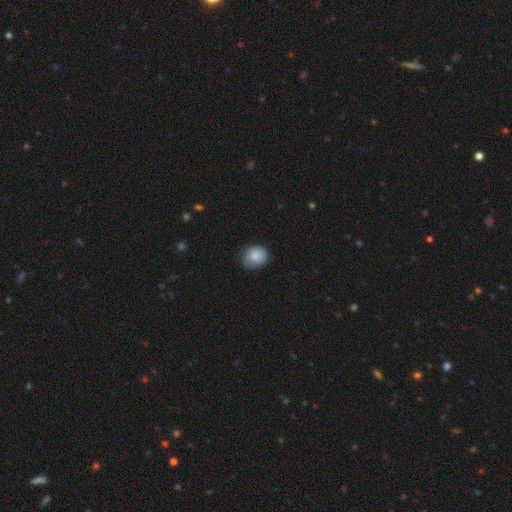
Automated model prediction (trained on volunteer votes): Smooth or featured: smooth — 85% (featured or disk — 8%)
How rounded: round — 74% (in between — 25%)
Merging: none — 68% (minor disturbance — 27%)